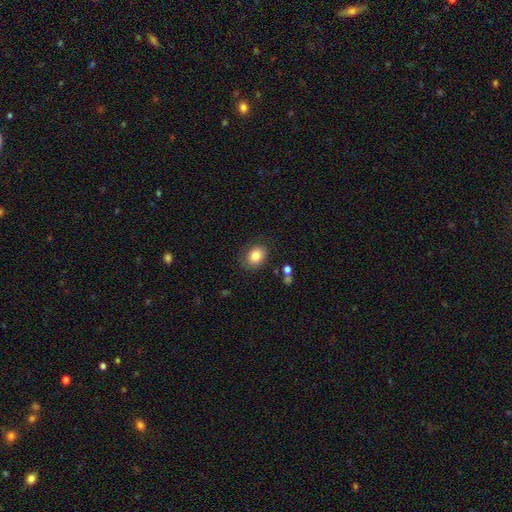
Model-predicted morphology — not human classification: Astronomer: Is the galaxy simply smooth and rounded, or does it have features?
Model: smooth — 83%.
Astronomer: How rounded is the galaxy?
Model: in between — 57% (runner-up: round, 42%).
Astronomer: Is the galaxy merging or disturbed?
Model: none — 78%.